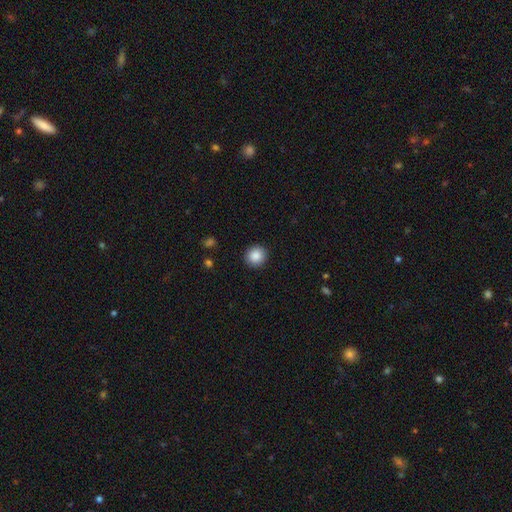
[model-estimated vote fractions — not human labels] smooth 87%, star or artifact 9%, featured or disk 4%. Down the decision tree: how rounded — round (91%); merging — none (91%).